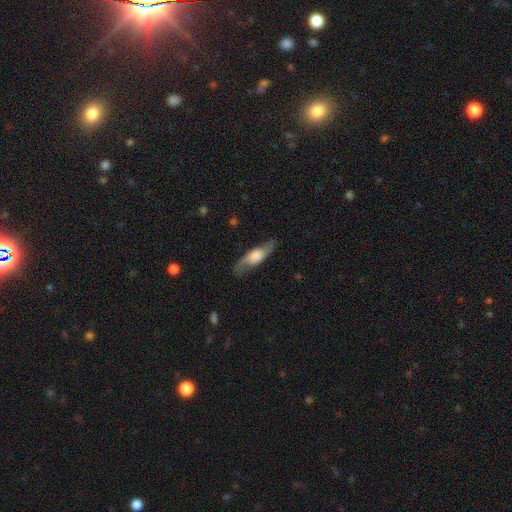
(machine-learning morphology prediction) The model was most divided on "smooth or featured": featured or disk: 49%, smooth: 44%, star or artifact: 7%. More confident: merging — none (78%).